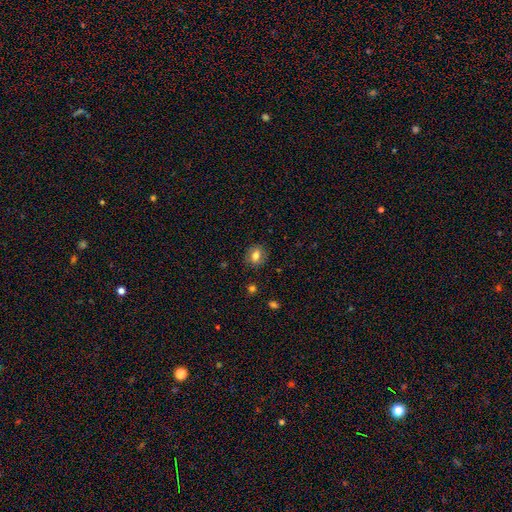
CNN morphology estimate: This appears to be a smooth galaxy with no disk features (73%) that is round (61%). Merging: none (85%).